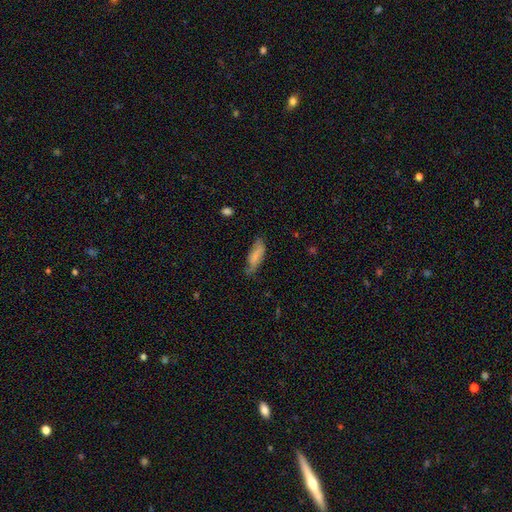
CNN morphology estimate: Smooth or featured: smooth — 73% (featured or disk — 20%)
How rounded: in between — 65% (cigar-shaped — 33%)
Merging: none — 55% (minor disturbance — 33%)